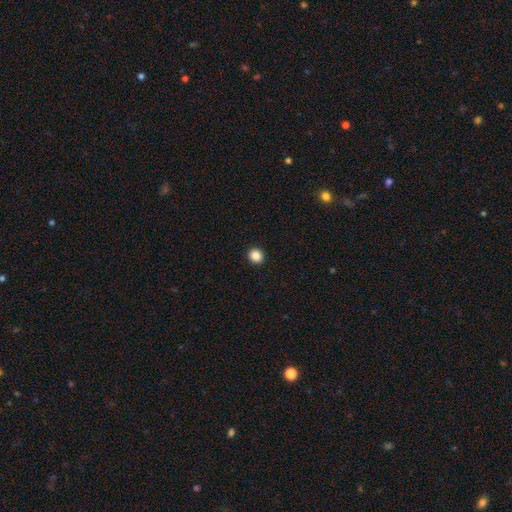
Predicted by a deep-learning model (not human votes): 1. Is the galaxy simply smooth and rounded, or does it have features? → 86% smooth, 10% star or artifact, 4% featured or disk.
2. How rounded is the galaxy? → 88% round, 11% in between, 1% cigar-shaped.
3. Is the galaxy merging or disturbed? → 94% none, 4% minor disturbance, 1% major disturbance, 1% merger.